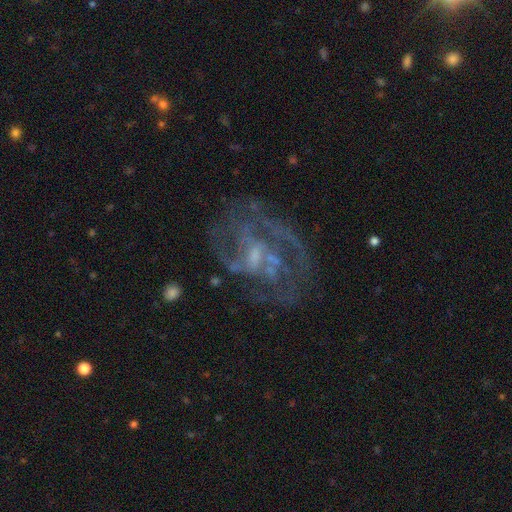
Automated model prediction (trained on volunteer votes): Overall: featured or disk (82%). Edge-on disk: no (97%). Bar: weak (45%; no 43%). Spiral arms: yes (77%). Spiral arm count: can't tell (35%; 2 27%). Spiral winding: medium (46%; tight 29%). Bulge size: small (46%; moderate 26%). Merging: none (50%; major disturbance 27%).